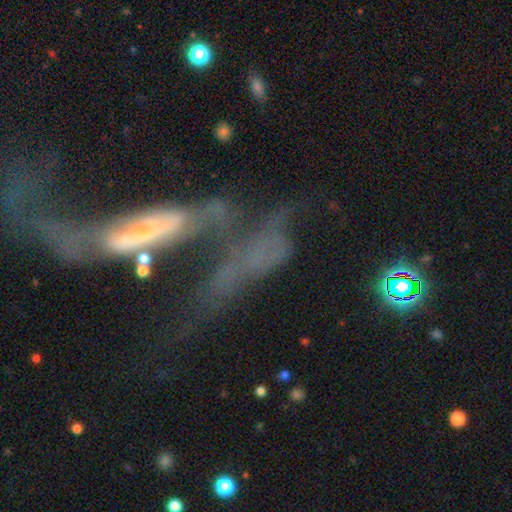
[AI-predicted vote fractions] Morphology: type=featured or disk (50%); merging=merger (50%).